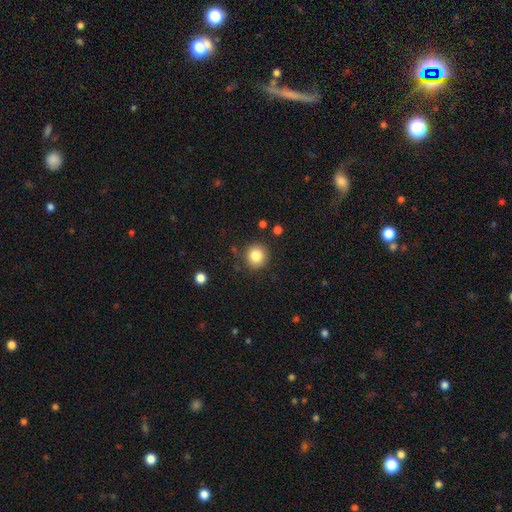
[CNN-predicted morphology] Q: Smooth or featured?
A: smooth (83%); runner-up: star or artifact (10%)
Q: How rounded?
A: round (93%); runner-up: in between (6%)
Q: Merging?
A: none (87%); runner-up: minor disturbance (8%)